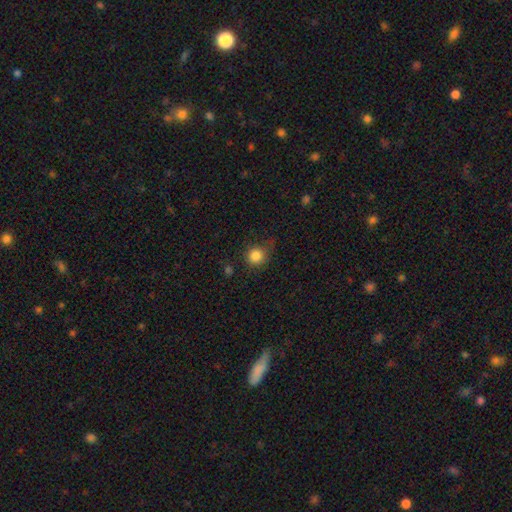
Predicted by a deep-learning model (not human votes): Smooth or featured? smooth (84%)
How rounded? round (90%)
Merging? none (70%)